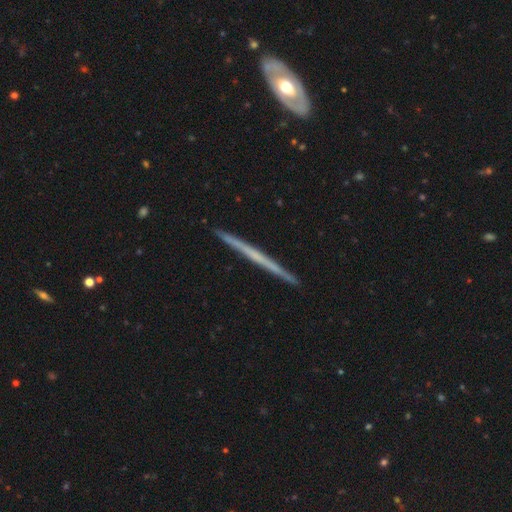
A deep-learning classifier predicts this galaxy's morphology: Smooth or featured: featured or disk — 69% (smooth — 25%)
Edge-on disk: yes — 98% (no — 2%)
Edge-on bulge: none — 75% (rounded — 20%)
Merging: none — 91% (minor disturbance — 7%)